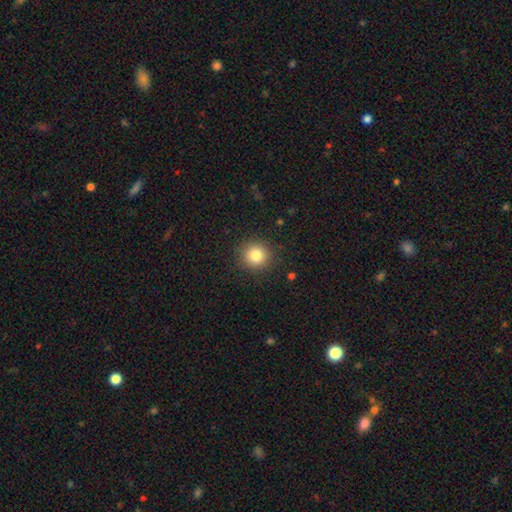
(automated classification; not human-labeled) This appears to be a smooth galaxy with no disk features (83%) that is round (92%). Merging: none (90%).